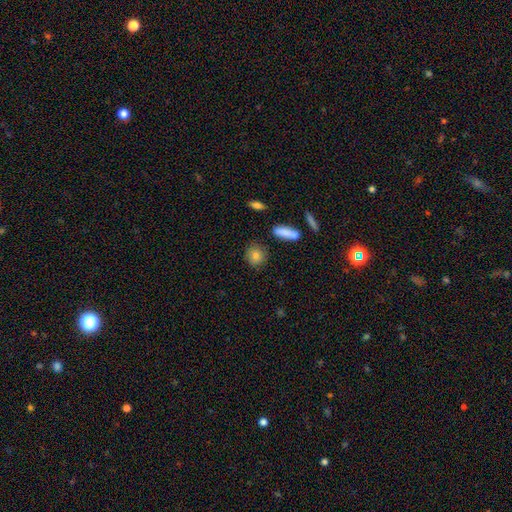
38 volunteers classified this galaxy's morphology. Smooth or featured?
  - smooth: 82% *
  - featured or disk: 13%
  - star or artifact: 5%
How rounded?
  - round: 77% *
  - in between: 13%
  - cigar-shaped: 10%
Merging?
  - none: 92% *
  - minor disturbance: 8%
  - major disturbance: 0%
  - merger: 0%